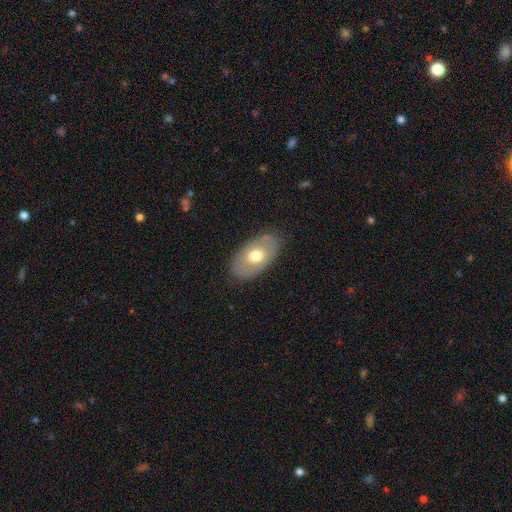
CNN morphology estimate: smooth 59%, featured or disk 34%, star or artifact 6%. Down the decision tree: how rounded — in between (92%); merging — none (83%).